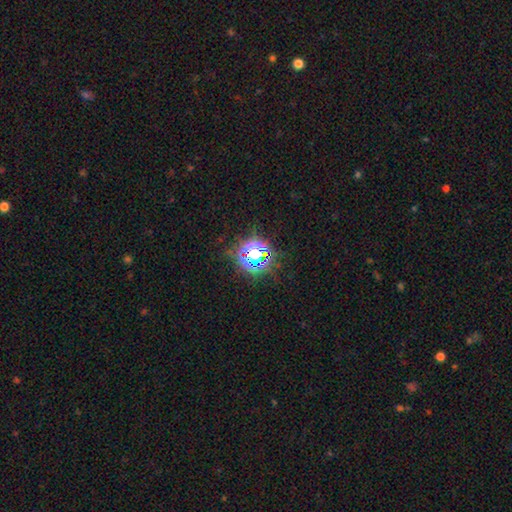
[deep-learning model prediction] smooth-or-featured: star or artifact: 74% | smooth: 16% | featured or disk: 10%